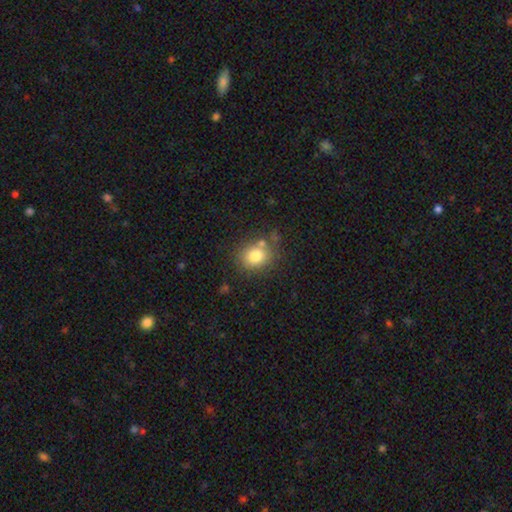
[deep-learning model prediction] This is likely a smooth galaxy (79%). How rounded: likely round (66%). Merging: likely none (72%).